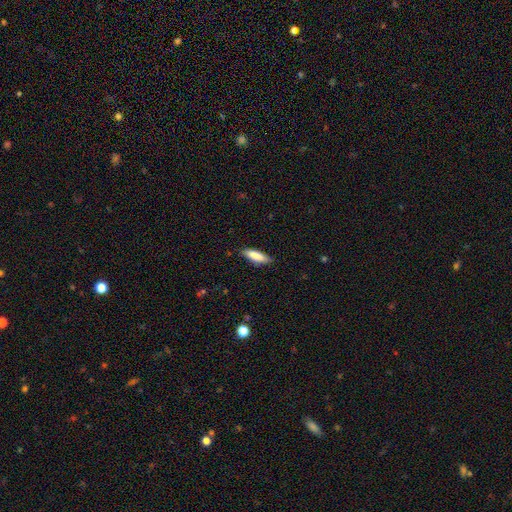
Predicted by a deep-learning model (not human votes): This appears to be a smooth galaxy with no disk features (85%) that is in between round and cigar-shaped (50%). Merging: none (83%).